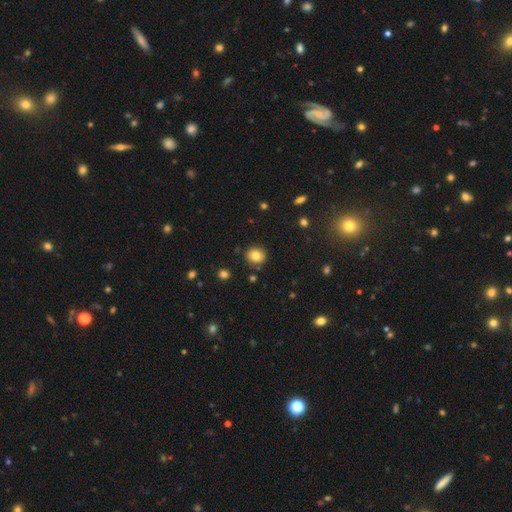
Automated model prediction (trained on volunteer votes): The model was most divided on "how rounded": round: 84%, in between: 15%, cigar-shaped: 1%. More confident: merging — none (87%); smooth or featured — smooth (82%).